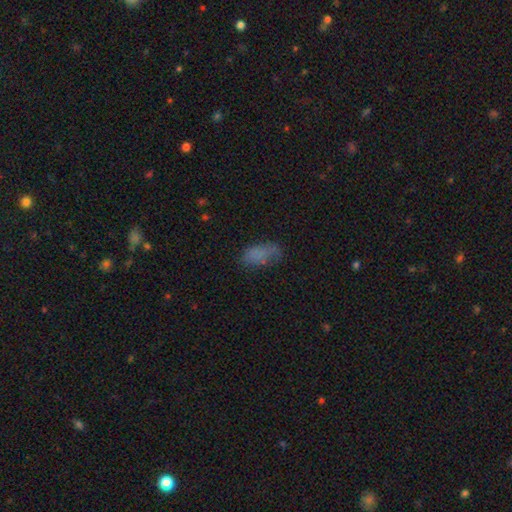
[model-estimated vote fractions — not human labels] A smooth galaxy with no disk features (72%) that is in between round and cigar-shaped (87%). Merging: none (52%).